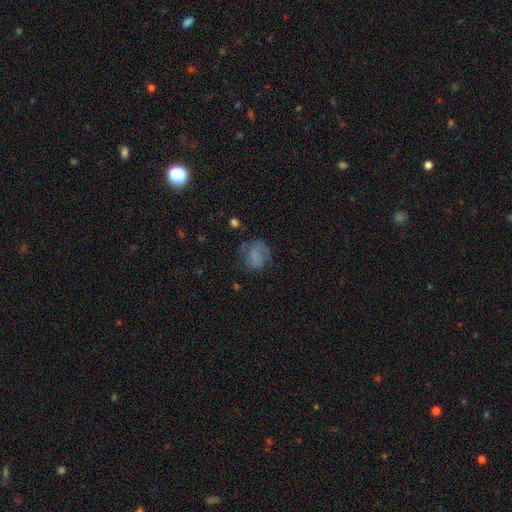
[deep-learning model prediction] Q: Smooth or featured?
A: smooth (50%); runner-up: featured or disk (37%)
Q: How rounded?
A: round (58%); runner-up: in between (41%)
Q: Merging?
A: none (50%); runner-up: minor disturbance (25%)